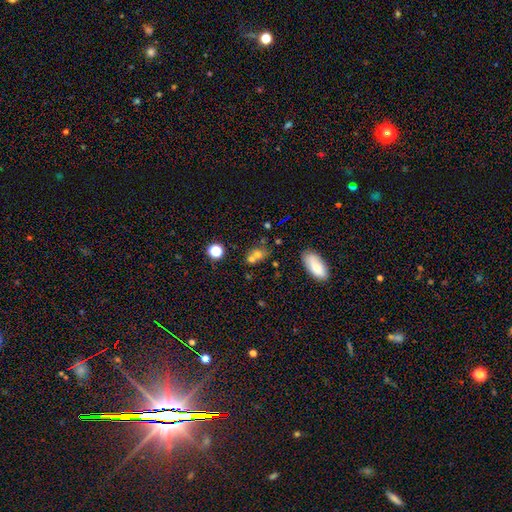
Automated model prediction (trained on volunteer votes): Q: Smooth or featured?
A: smooth (66%); runner-up: star or artifact (18%)
Q: How rounded?
A: round (56%); runner-up: in between (41%)
Q: Merging?
A: merger (44%); runner-up: none (42%)